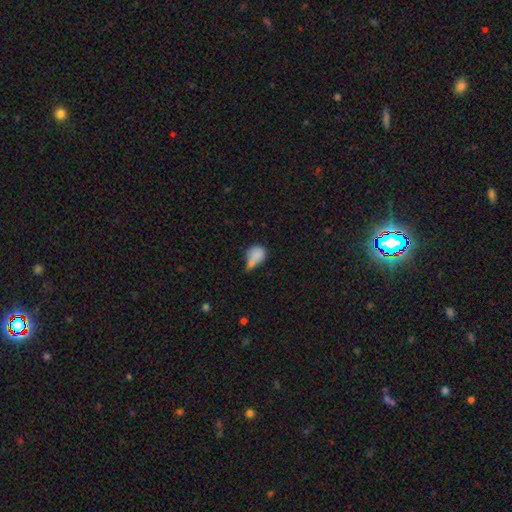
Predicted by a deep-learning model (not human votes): Smooth or featured? Predicted: smooth (p=0.79). How rounded? Predicted: in between (p=0.61). Merging? Predicted: minor disturbance (p=0.33).